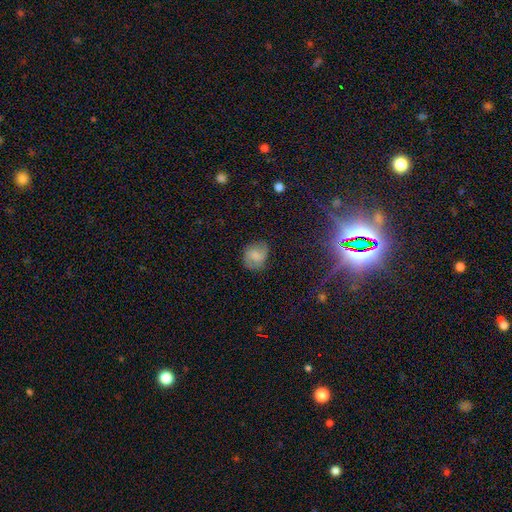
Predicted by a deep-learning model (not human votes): Smooth or featured?
  - smooth: 57% *
  - featured or disk: 33%
  - star or artifact: 10%
How rounded?
  - round: 65% *
  - in between: 34%
  - cigar-shaped: 1%
Merging?
  - none: 70% *
  - minor disturbance: 21%
  - major disturbance: 7%
  - merger: 1%